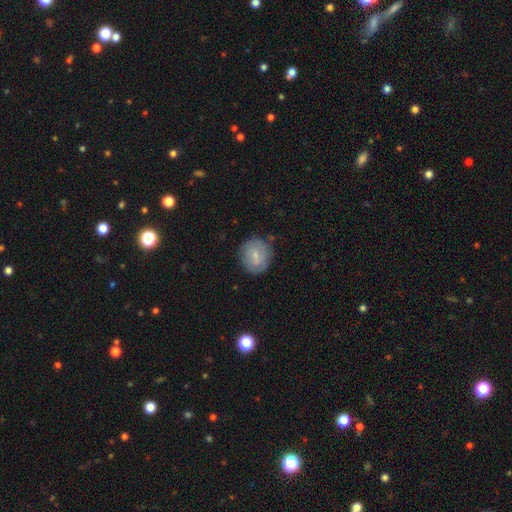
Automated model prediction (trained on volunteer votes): Smooth or featured? smooth (55%)
How rounded? round (71%)
Merging? none (77%)